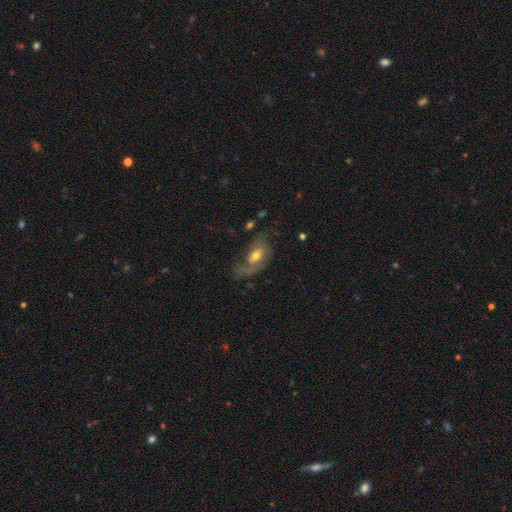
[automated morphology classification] Overall: featured or disk (61%; smooth 31%). Edge-on disk: no (93%). Bar: no (54%; weak 35%). Spiral arms: yes (80%). Bulge size: moderate (66%). Merging: none (42%; major disturbance 32%).